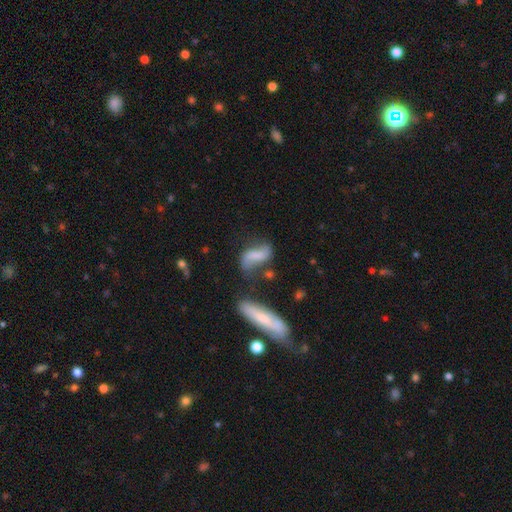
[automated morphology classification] Overall: featured or disk (52%; smooth 38%). Edge-on disk: no (92%). Merging: none (48%; minor disturbance 24%).